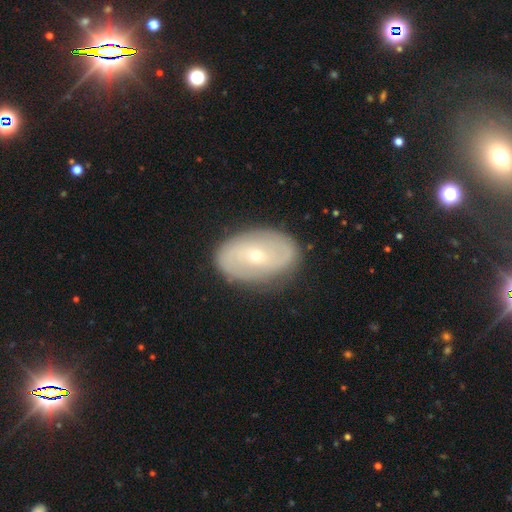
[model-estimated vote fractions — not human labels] Smooth or featured? featured or disk (65%)
Edge-on disk? no (94%)
Bar? no (59%)
Spiral arms? yes (67%)
Bulge size? small (72%)
Merging? none (84%)